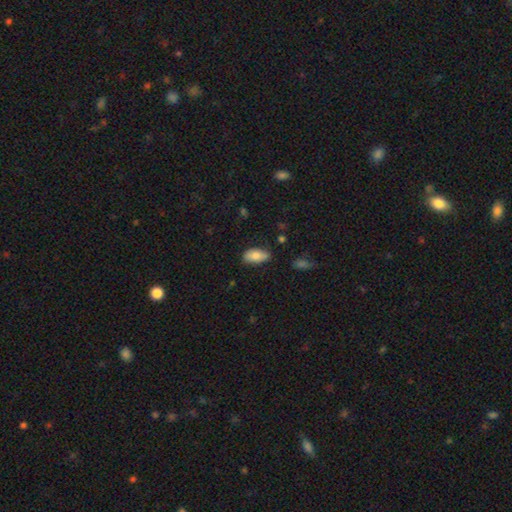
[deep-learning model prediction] Smooth or featured?
  - smooth: 81% *
  - featured or disk: 12%
  - star or artifact: 7%
How rounded?
  - in between: 92% *
  - cigar-shaped: 6%
  - round: 3%
Merging?
  - none: 74% *
  - minor disturbance: 21%
  - major disturbance: 4%
  - merger: 2%